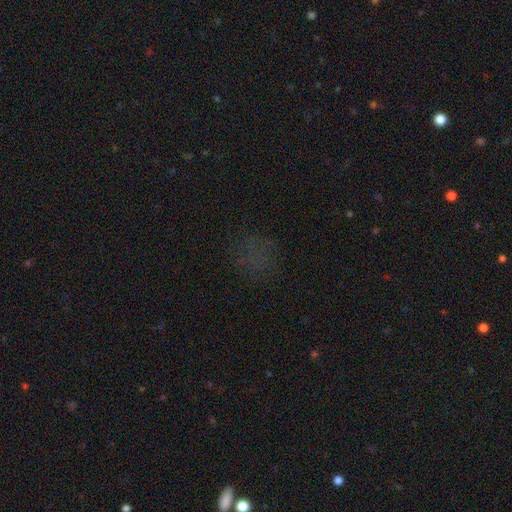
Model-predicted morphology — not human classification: Smooth or featured? Predicted: star or artifact (p=0.45).